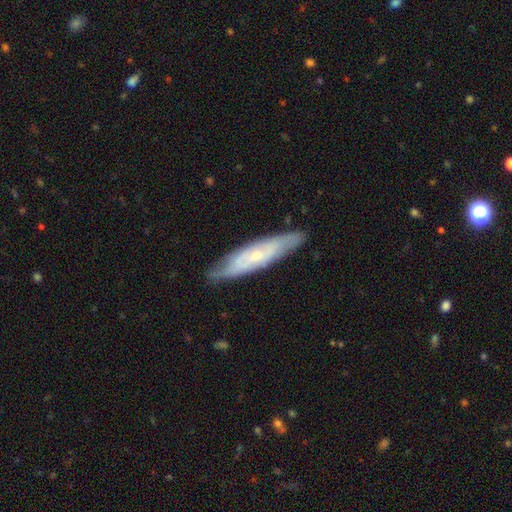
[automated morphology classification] Overall: featured or disk (59%; smooth 35%). Edge-on disk: no (53%; yes 47%). Merging: none (80%).